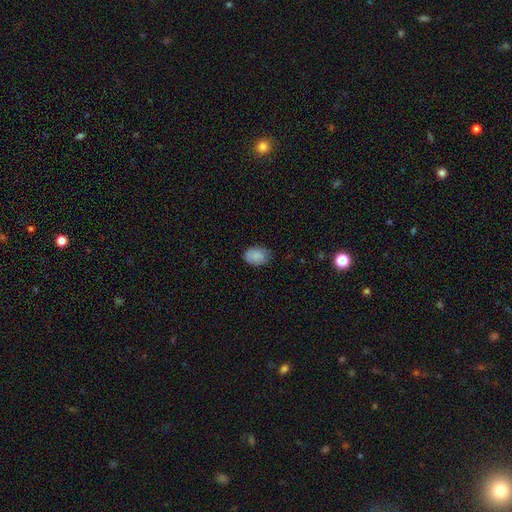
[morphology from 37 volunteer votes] A smooth galaxy with no disk features (84%) that is in between round and cigar-shaped (65%).

Vote fractions:
- Smooth or featured? smooth: 84% / featured or disk: 11% / star or artifact: 5%
- How rounded? in between: 65% / round: 29% / cigar-shaped: 6%
- Merging? none: 63% / minor disturbance: 34% / major disturbance: 3% / merger: 0%